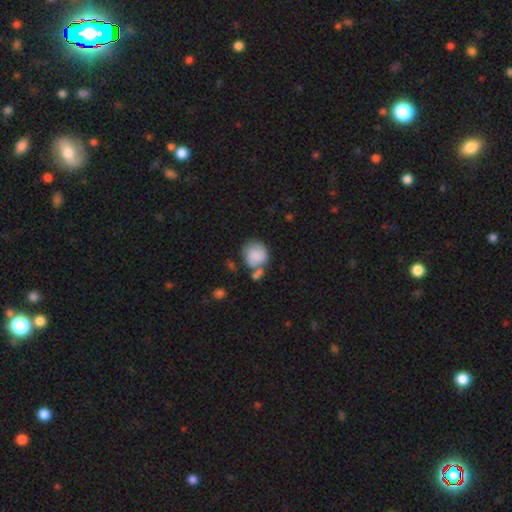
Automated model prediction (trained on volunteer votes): Smooth or featured? smooth (73%)
How rounded? round (80%)
Merging? none (47%)